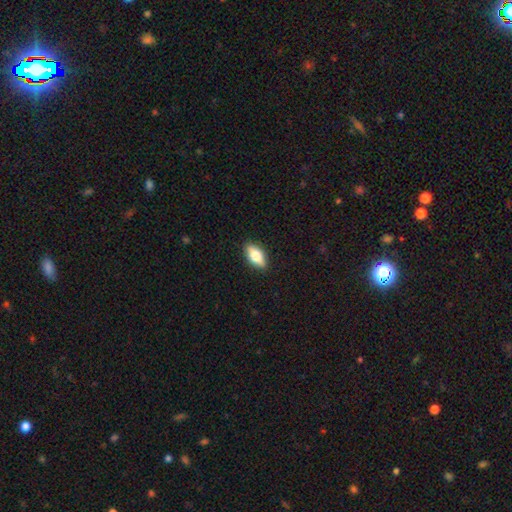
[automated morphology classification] A smooth galaxy with no disk features (61%) that is in between round and cigar-shaped (80%). Merging: none (89%).